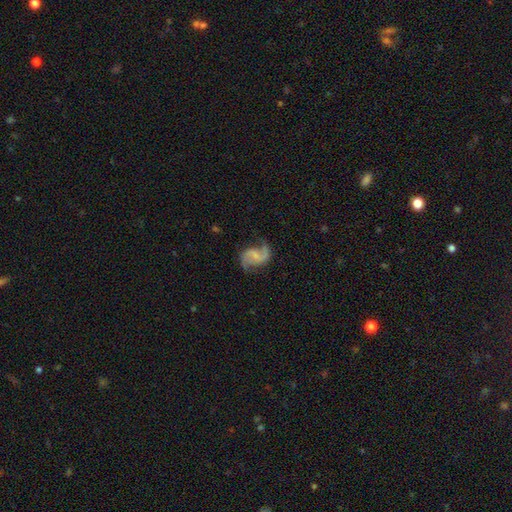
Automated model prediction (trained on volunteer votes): Smooth or featured? Predicted: featured or disk (p=0.87). Edge-on disk? Predicted: no (p=0.98). Bar? Predicted: weak (p=0.48). Spiral arms? Predicted: yes (p=0.96). Spiral winding? Predicted: loose (p=0.56). Spiral arm count? Predicted: 2 (p=0.92). Bulge size? Predicted: none (p=0.42). Merging? Predicted: none (p=0.73).